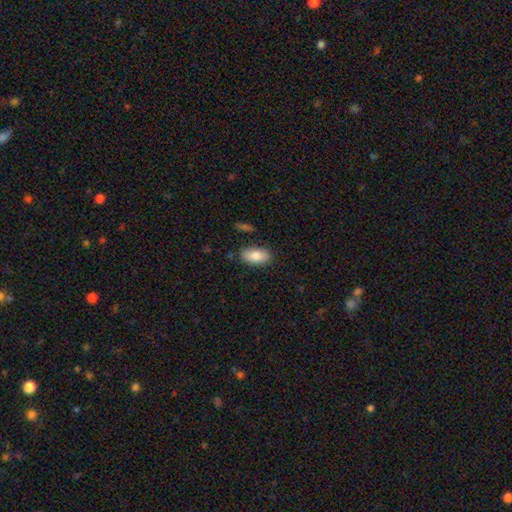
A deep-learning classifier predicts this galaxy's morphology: Smooth or featured?
  - smooth: 84% *
  - featured or disk: 10%
  - star or artifact: 6%
How rounded?
  - in between: 92% *
  - cigar-shaped: 5%
  - round: 3%
Merging?
  - none: 84% *
  - minor disturbance: 11%
  - major disturbance: 2%
  - merger: 2%